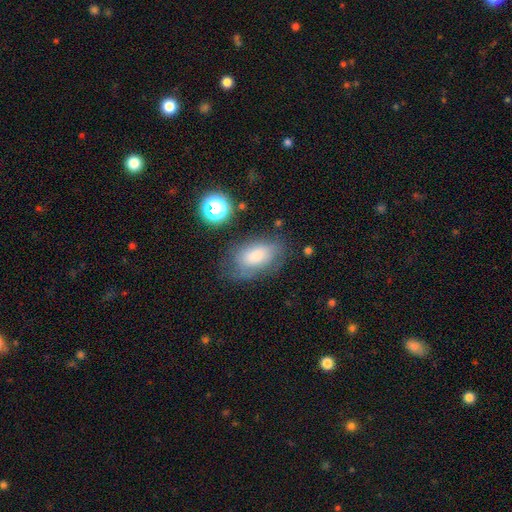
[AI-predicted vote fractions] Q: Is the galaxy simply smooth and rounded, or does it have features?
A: smooth — 65%.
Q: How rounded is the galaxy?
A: in between — 91%.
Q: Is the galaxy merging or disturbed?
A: none — 62%.